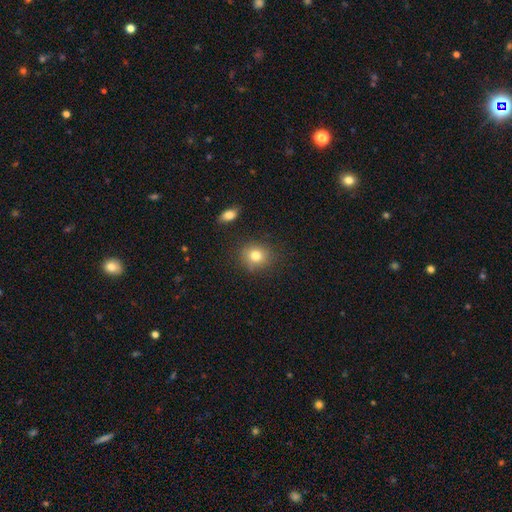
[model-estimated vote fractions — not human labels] smooth-or-featured: smooth: 81% | star or artifact: 11% | featured or disk: 9%
  how-rounded: round: 75% | in between: 24% | cigar-shaped: 1%
  merging: none: 83% | minor disturbance: 11% | major disturbance: 3% | merger: 3%